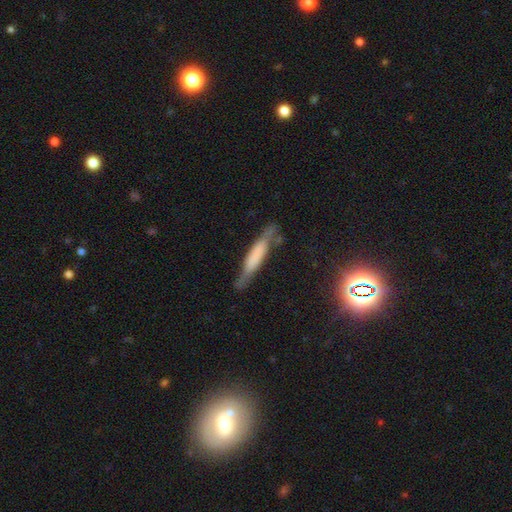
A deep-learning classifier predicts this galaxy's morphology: Smooth or featured?
  - smooth: 49% *
  - featured or disk: 43%
  - star or artifact: 8%
Merging?
  - none: 64% *
  - minor disturbance: 25%
  - major disturbance: 7%
  - merger: 3%